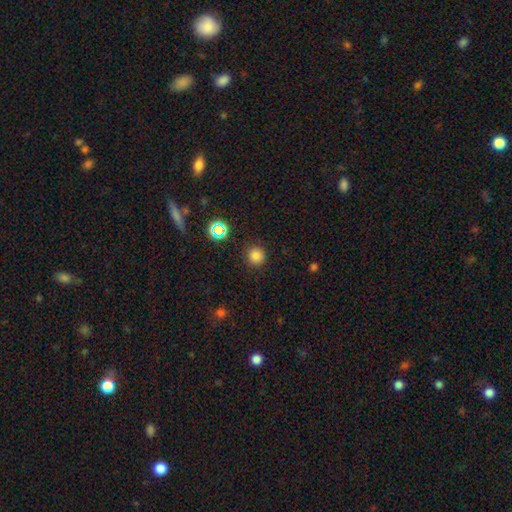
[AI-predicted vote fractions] The model was most divided on "smooth or featured": smooth: 80%, star or artifact: 16%, featured or disk: 4%. More confident: how rounded — round (94%); merging — none (90%).